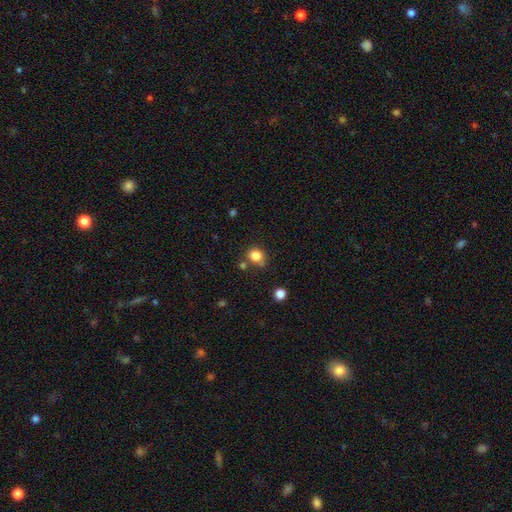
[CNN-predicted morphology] smooth-or-featured: smooth: 83% | star or artifact: 12% | featured or disk: 6%
  how-rounded: round: 79% | in between: 20% | cigar-shaped: 1%
  merging: none: 68% | minor disturbance: 15% | merger: 12% | major disturbance: 4%